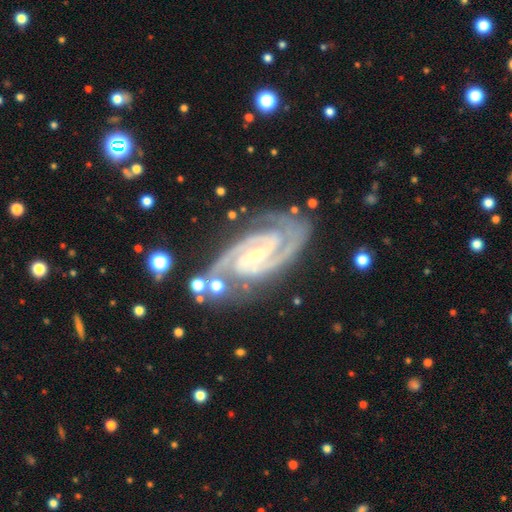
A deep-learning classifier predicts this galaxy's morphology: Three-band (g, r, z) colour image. It shows a featured or disk galaxy (93%) with a weak bar (38%), 2 (80%) tight (62%) spiral arms (99%) and a small central bulge (71%). Merging: none (77%).